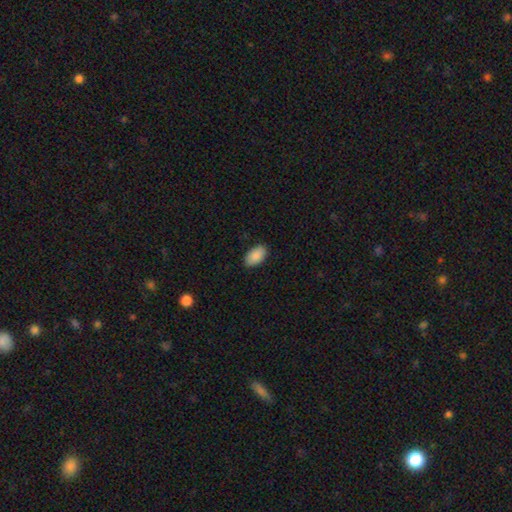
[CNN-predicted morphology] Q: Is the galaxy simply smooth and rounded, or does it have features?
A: smooth — 90%.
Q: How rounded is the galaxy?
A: in between — 95%.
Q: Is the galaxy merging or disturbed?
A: none — 88%.